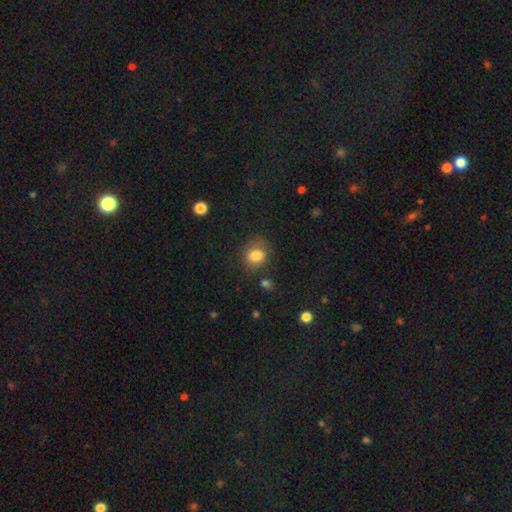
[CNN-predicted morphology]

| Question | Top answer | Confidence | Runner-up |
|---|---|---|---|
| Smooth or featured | smooth | 82% | star or artifact (10%) |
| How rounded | round | 62% | in between (37%) |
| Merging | none | 74% | minor disturbance (17%) |